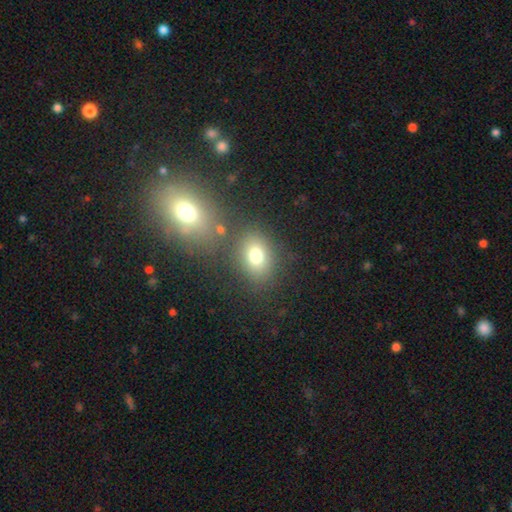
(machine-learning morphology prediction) smooth-or-featured: smooth: 75% | star or artifact: 15% | featured or disk: 10%
  how-rounded: in between: 55% | round: 43% | cigar-shaped: 1%
  merging: none: 74% | minor disturbance: 11% | merger: 10% | major disturbance: 5%